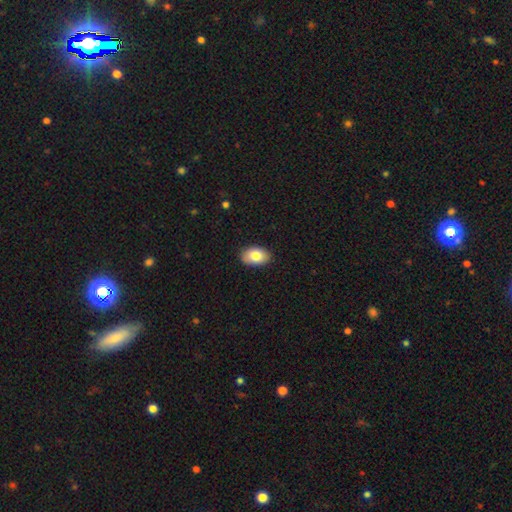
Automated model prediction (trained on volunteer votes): Morphology: type=smooth (82%); roundness=in between (89%); merging=none (88%).